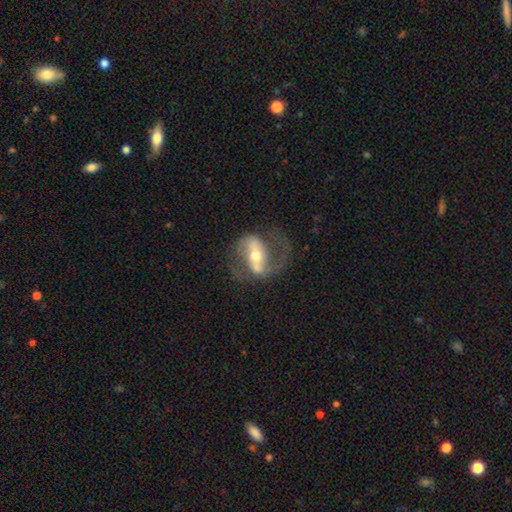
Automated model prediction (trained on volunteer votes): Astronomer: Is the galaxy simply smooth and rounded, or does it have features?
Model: featured or disk — 80%.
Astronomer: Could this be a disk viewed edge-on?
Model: no — 94%.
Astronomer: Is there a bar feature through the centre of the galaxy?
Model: strong — 54%.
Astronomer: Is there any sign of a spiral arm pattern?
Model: yes — 84%.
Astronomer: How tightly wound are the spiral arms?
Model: medium — 47% (runner-up: loose, 37%).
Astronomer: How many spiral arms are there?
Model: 2 — 81%.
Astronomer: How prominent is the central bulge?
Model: moderate — 65%.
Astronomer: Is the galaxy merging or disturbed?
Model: none — 54%.